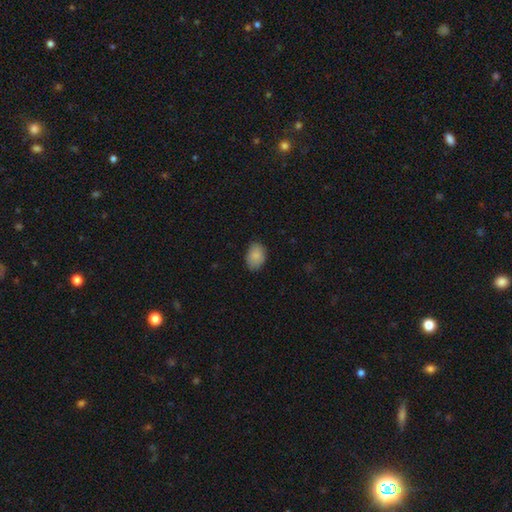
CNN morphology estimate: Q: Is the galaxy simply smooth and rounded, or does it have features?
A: smooth — 88%.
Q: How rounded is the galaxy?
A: in between — 82%.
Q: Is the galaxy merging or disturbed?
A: none — 81%.